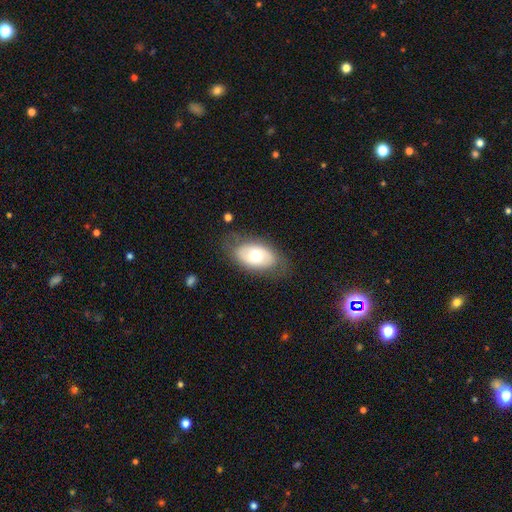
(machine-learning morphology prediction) A smooth galaxy with no disk features (58%) that is in between round and cigar-shaped (91%).

Vote fractions:
- Smooth or featured? smooth: 58% / featured or disk: 35% / star or artifact: 7%
- How rounded? in between: 91% / round: 7% / cigar-shaped: 2%
- Merging? none: 75% / minor disturbance: 17% / major disturbance: 7% / merger: 1%